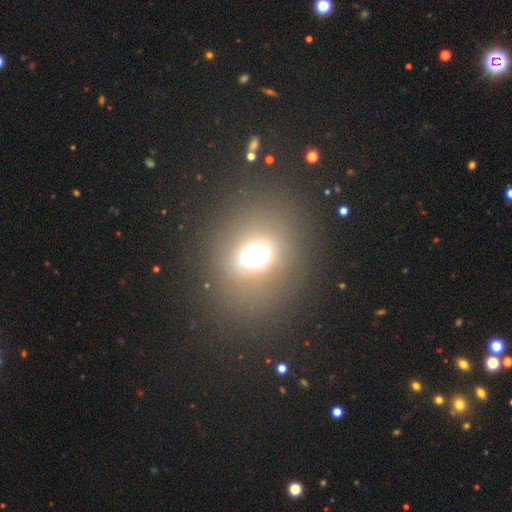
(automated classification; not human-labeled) A smooth galaxy with no disk features (62%) that is round (71%).

Vote fractions:
- Smooth or featured? smooth: 62% / star or artifact: 24% / featured or disk: 14%
- How rounded? round: 71% / in between: 27% / cigar-shaped: 1%
- Merging? none: 81% / minor disturbance: 9% / major disturbance: 7% / merger: 2%